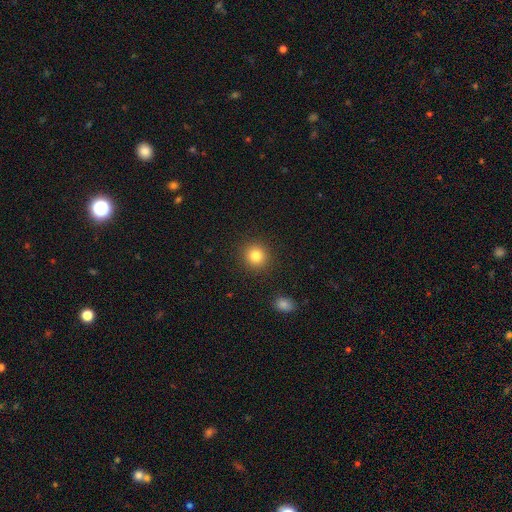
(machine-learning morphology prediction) smooth 82%, star or artifact 11%, featured or disk 6%. Down the decision tree: how rounded — round (91%); merging — none (90%).